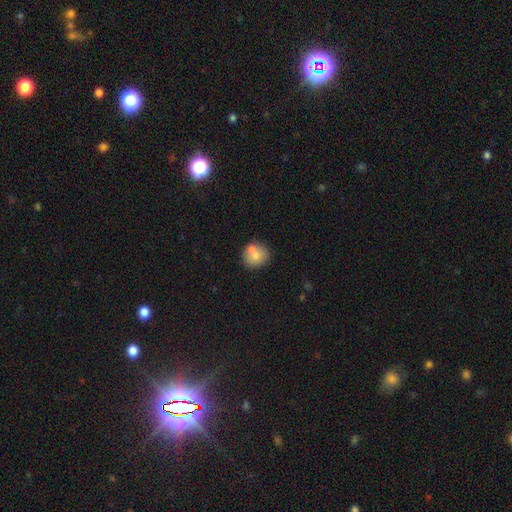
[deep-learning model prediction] This is likely a smooth galaxy (72%). How rounded: likely round (79%). Merging: possibly none (59%).